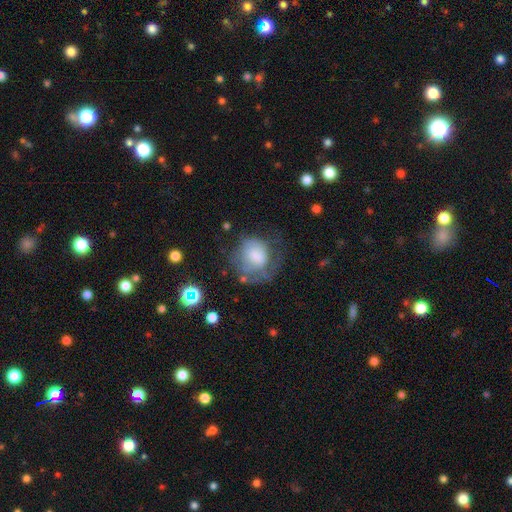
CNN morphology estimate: This is possibly a smooth galaxy (56%). How rounded: likely round (75%). Merging: marginally major disturbance (37%).